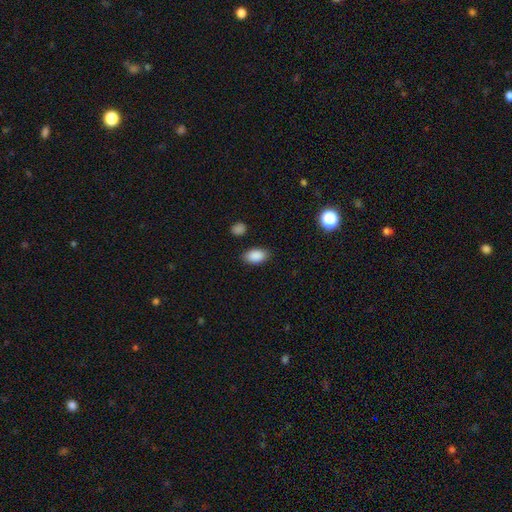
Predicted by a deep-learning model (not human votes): Morphology: type=smooth (88%); roundness=in between (91%); merging=none (84%).